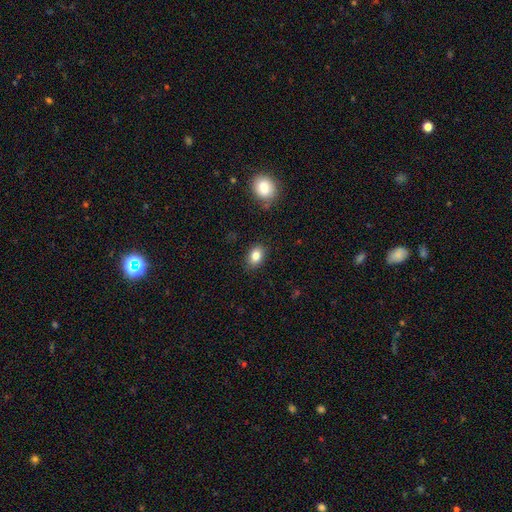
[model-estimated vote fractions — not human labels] Smooth or featured? smooth (83%)
How rounded? in between (77%)
Merging? none (85%)